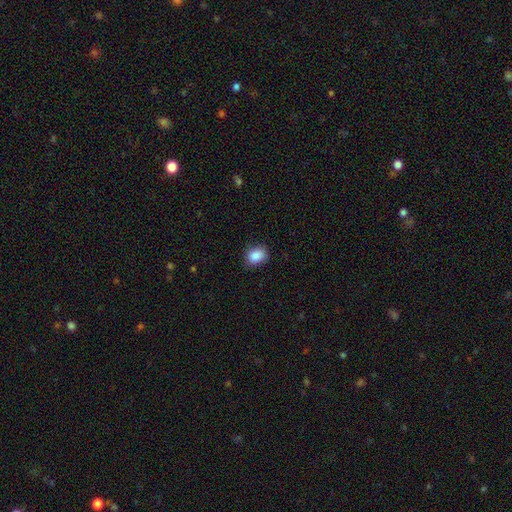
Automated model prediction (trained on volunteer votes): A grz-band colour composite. It shows a smooth galaxy with no disk features (88%) that is in between round and cigar-shaped (57%). Merging: none (79%).